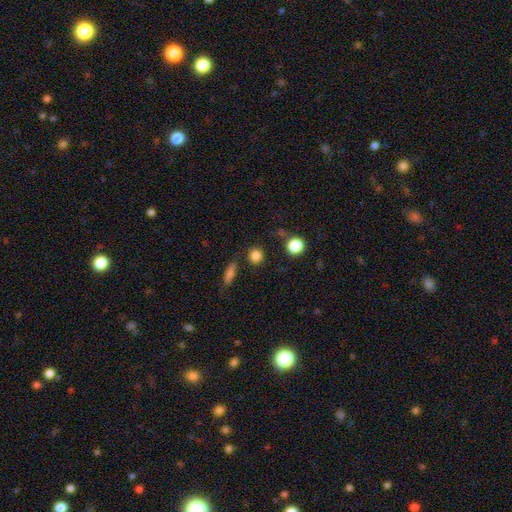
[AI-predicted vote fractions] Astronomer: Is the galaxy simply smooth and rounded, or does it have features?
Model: smooth — 83%.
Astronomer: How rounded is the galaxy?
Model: round — 90%.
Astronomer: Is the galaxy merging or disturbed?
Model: none — 85%.